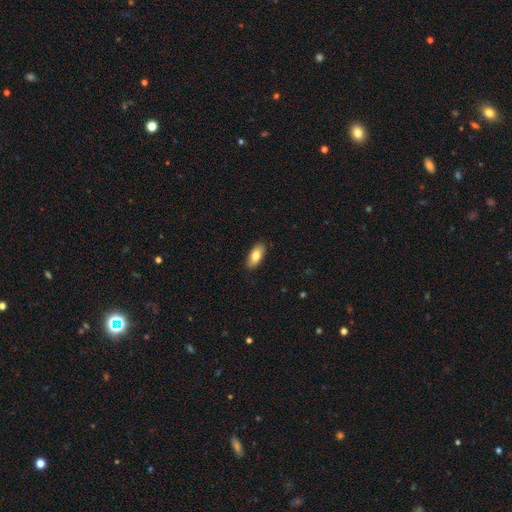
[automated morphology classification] Smooth or featured: smooth — 81% (featured or disk — 13%)
How rounded: in between — 87% (cigar-shaped — 10%)
Merging: none — 88% (minor disturbance — 9%)